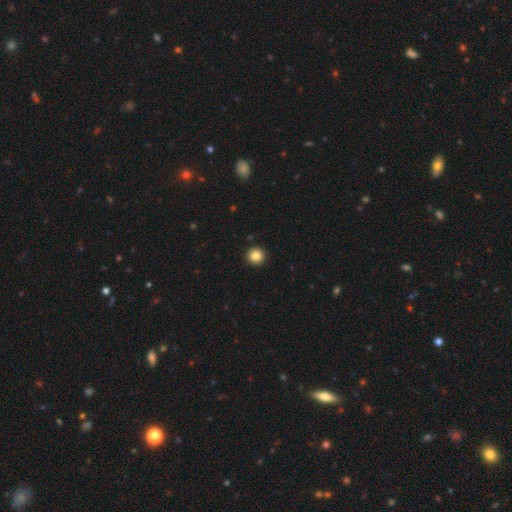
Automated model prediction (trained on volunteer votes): Smooth or featured? smooth (85%)
How rounded? round (96%)
Merging? none (94%)